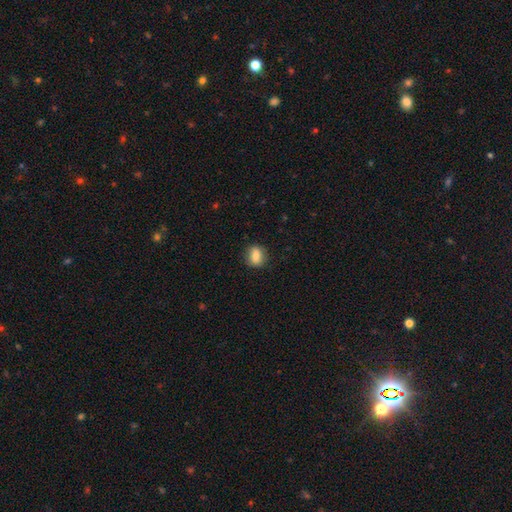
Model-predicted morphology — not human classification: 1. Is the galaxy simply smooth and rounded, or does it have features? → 77% smooth, 14% featured or disk, 9% star or artifact.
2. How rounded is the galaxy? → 65% round, 34% in between, 2% cigar-shaped.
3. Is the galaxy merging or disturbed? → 86% none, 10% minor disturbance, 3% major disturbance, 1% merger.